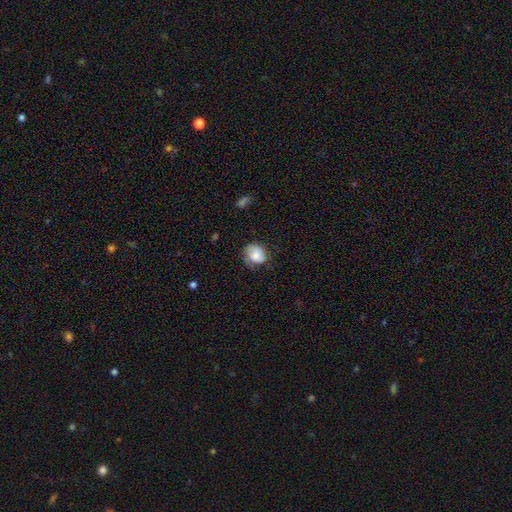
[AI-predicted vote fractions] A smooth galaxy with no disk features (73%) that is round (64%). Merging: none (57%).